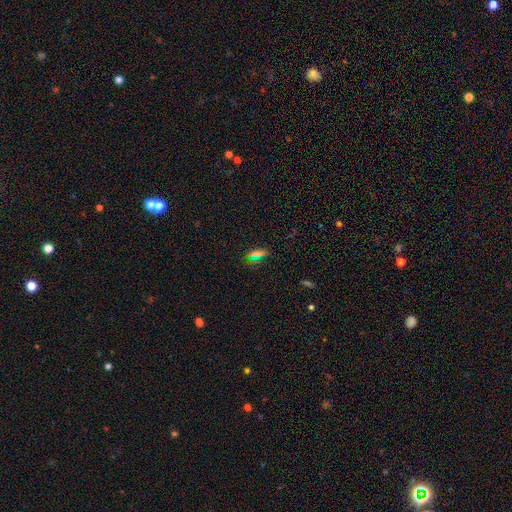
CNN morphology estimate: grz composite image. It shows a smooth galaxy with no disk features (58%) that is in between round and cigar-shaped (54%). Merging: none (80%).